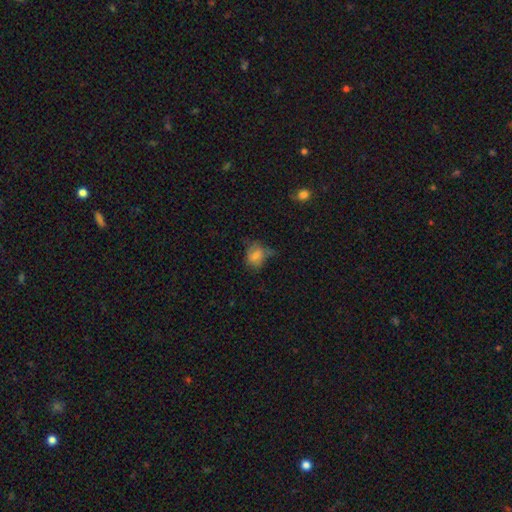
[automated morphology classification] This is likely a smooth galaxy (63%). How rounded: possibly in between (50%). Merging: possibly none (48%).